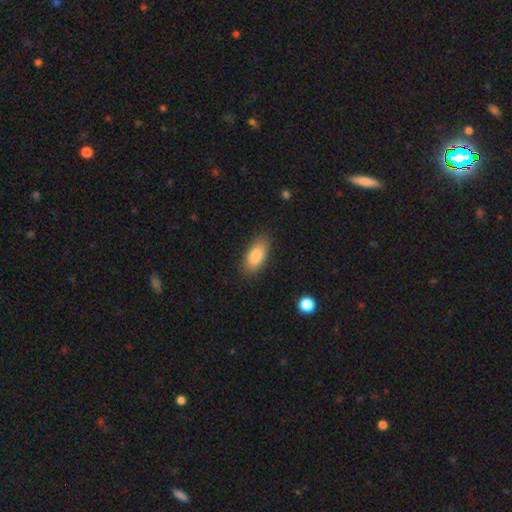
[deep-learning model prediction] smooth 85%, featured or disk 9%, star or artifact 6%. Down the decision tree: how rounded — in between (89%); merging — none (85%).